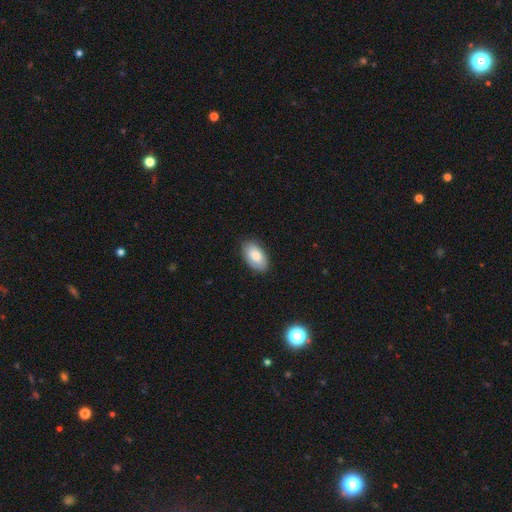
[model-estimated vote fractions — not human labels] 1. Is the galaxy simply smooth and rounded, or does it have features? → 80% smooth, 14% featured or disk, 7% star or artifact.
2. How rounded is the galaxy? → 94% in between, 5% round, 1% cigar-shaped.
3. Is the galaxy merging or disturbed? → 84% none, 12% minor disturbance, 2% major disturbance, 1% merger.